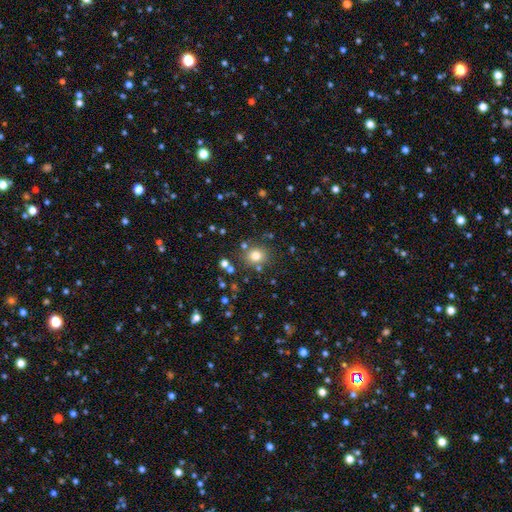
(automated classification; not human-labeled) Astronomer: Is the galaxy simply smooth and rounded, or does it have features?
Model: smooth — 76%.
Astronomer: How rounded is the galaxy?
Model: round — 80%.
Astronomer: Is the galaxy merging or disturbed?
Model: none — 81%.